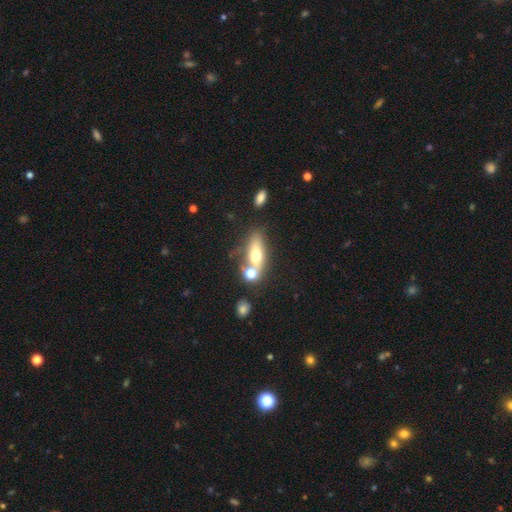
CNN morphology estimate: The model was most divided on "merging": none: 46%, merger: 34%, minor disturbance: 13%, major disturbance: 7%. More confident: smooth or featured — smooth (62%); how rounded — in between (61%).